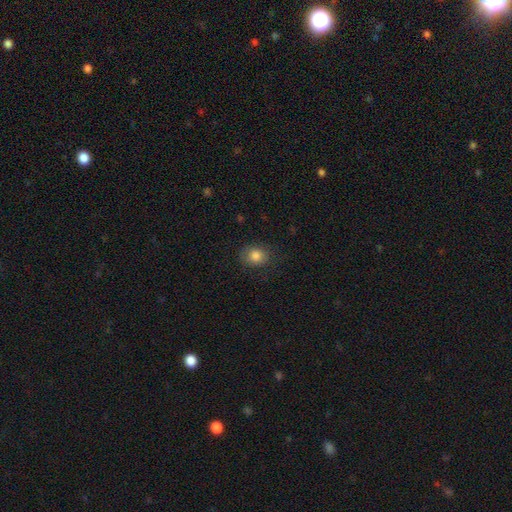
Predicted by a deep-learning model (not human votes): This appears to be a smooth galaxy with no disk features (84%) that is round (59%). Merging: none (79%).